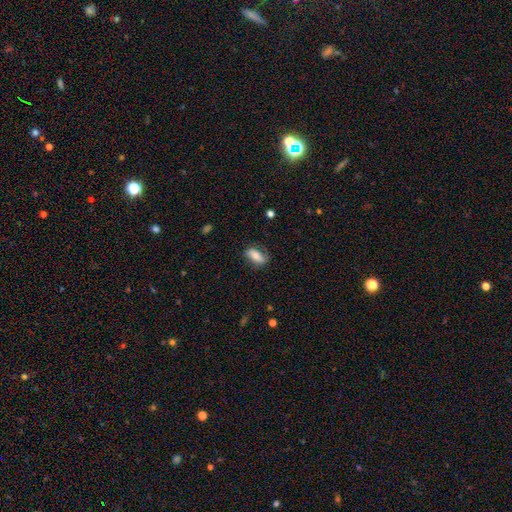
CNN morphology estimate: smooth 59%, featured or disk 34%, star or artifact 8%. Down the decision tree: how rounded — in between (78%); merging — none (76%).